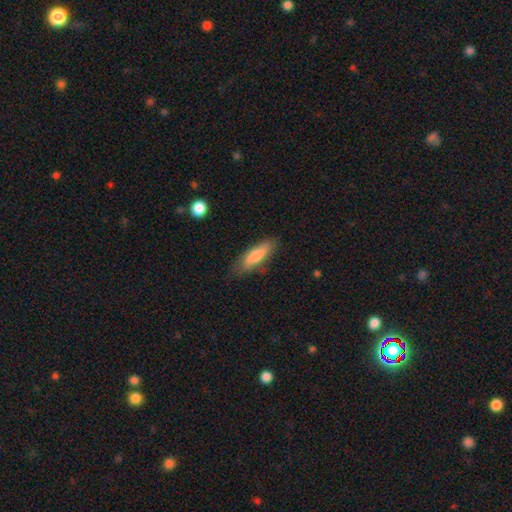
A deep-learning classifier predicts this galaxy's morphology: Smooth or featured? smooth (73%)
How rounded? cigar-shaped (55%)
Merging? none (77%)